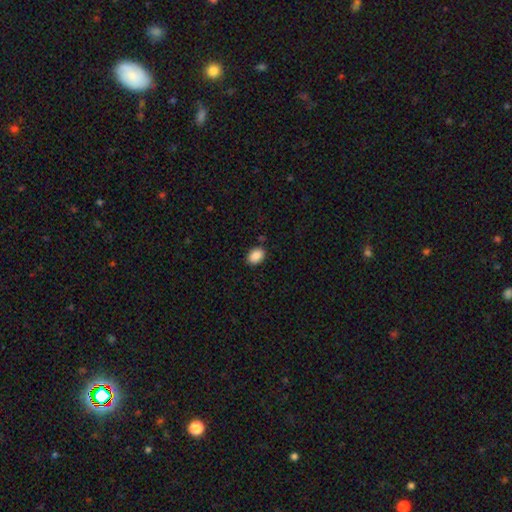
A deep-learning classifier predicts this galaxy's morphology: Smooth or featured?
  - smooth: 88% *
  - star or artifact: 8%
  - featured or disk: 4%
How rounded?
  - in between: 78% *
  - round: 21%
  - cigar-shaped: 1%
Merging?
  - none: 87% *
  - minor disturbance: 9%
  - major disturbance: 2%
  - merger: 2%